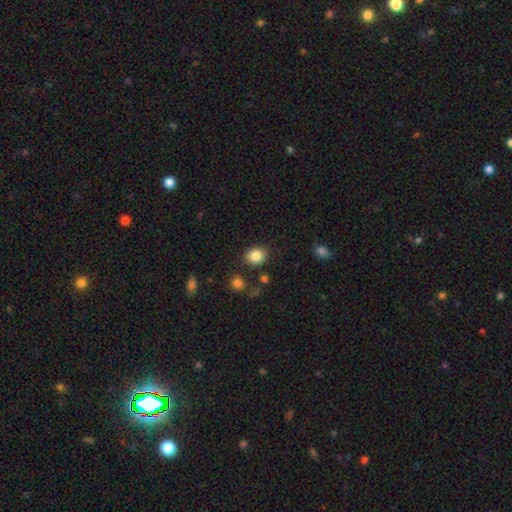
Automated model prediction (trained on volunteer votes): smooth_or_featured: smooth (p=0.85) [alt: star or artifact p=0.10]
how_rounded: round (p=0.63) [alt: in between p=0.36]
merging: none (p=0.82) [alt: minor disturbance p=0.11]